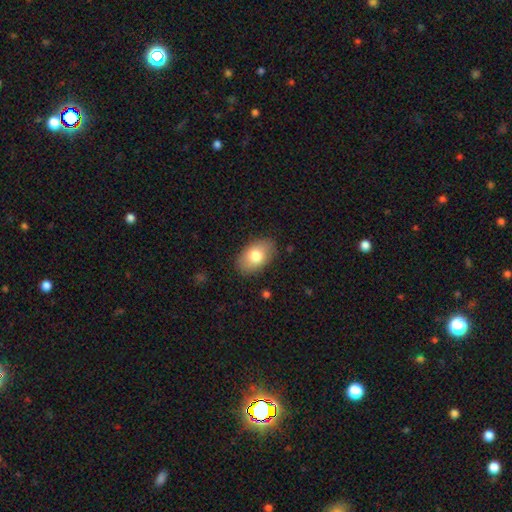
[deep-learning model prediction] Smooth or featured?
  - smooth: 78% *
  - featured or disk: 15%
  - star or artifact: 7%
How rounded?
  - in between: 91% *
  - round: 8%
  - cigar-shaped: 1%
Merging?
  - none: 84% *
  - minor disturbance: 12%
  - major disturbance: 3%
  - merger: 1%